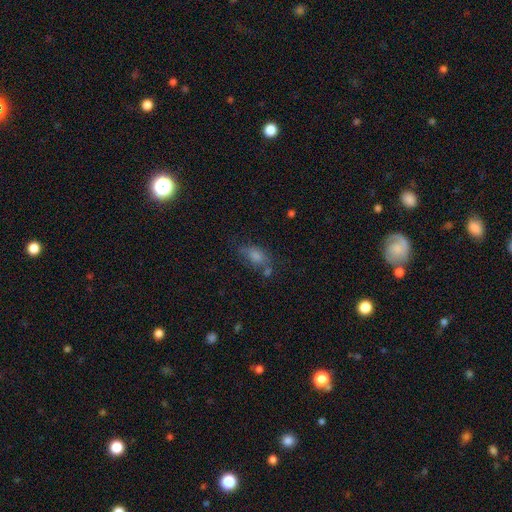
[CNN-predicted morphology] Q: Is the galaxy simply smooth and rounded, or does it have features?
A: smooth — 61%.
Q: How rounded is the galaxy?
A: in between — 75%.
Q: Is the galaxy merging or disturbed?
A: none — 58%.